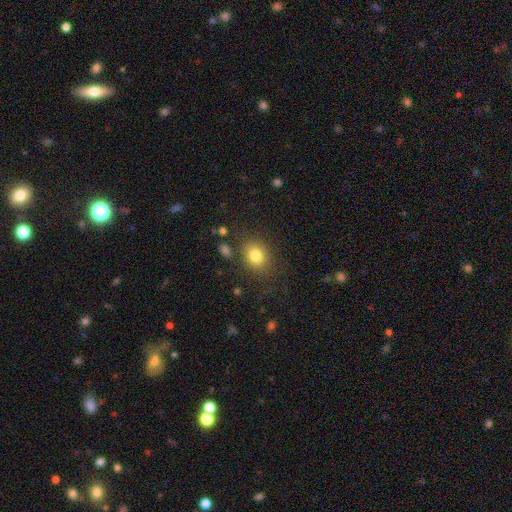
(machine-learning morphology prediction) A smooth galaxy with no disk features (80%) that is round (51%).

Vote fractions:
- Smooth or featured? smooth: 80% / star or artifact: 11% / featured or disk: 9%
- How rounded? round: 51% / in between: 48% / cigar-shaped: 1%
- Merging? none: 80% / minor disturbance: 12% / major disturbance: 5% / merger: 3%